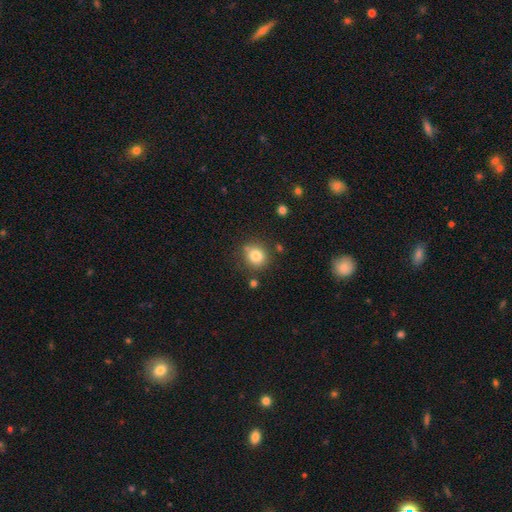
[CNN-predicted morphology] Smooth or featured? Predicted: smooth (p=0.82). How rounded? Predicted: round (p=0.83). Merging? Predicted: none (p=0.77).